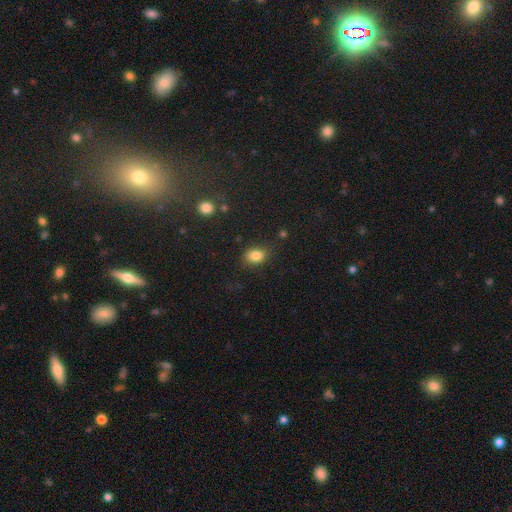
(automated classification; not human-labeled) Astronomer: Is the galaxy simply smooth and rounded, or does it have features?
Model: smooth — 84%.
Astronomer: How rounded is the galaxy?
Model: in between — 72%.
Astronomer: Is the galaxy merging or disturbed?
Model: none — 78%.